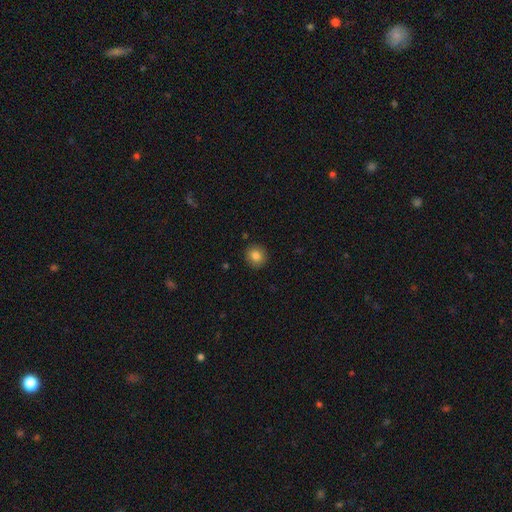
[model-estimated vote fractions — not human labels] Morphology: type=smooth (84%); roundness=round (88%); merging=none (90%).